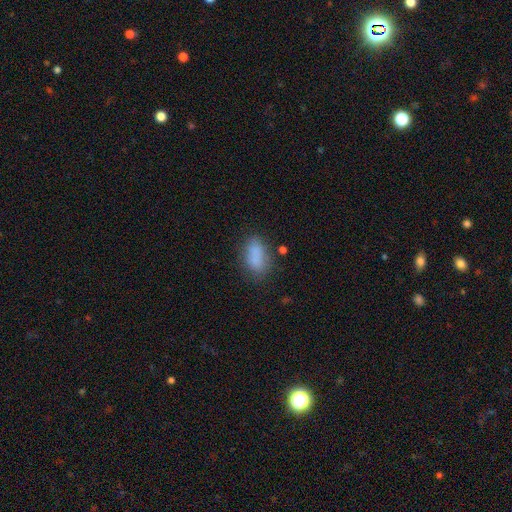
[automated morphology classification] Overall: smooth (82%). How rounded: in between (88%). Merging: none (66%).